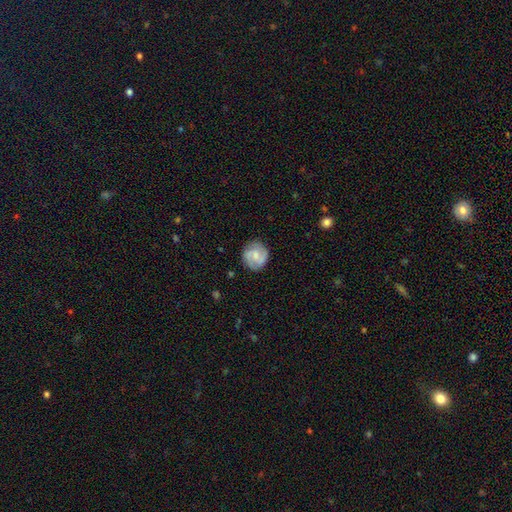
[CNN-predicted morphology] A featured or disk galaxy (61%) with a weak bar (47%), 2 (72%) medium (46%) spiral arms (90%) and a moderate central bulge (41%). Merging: none (80%).